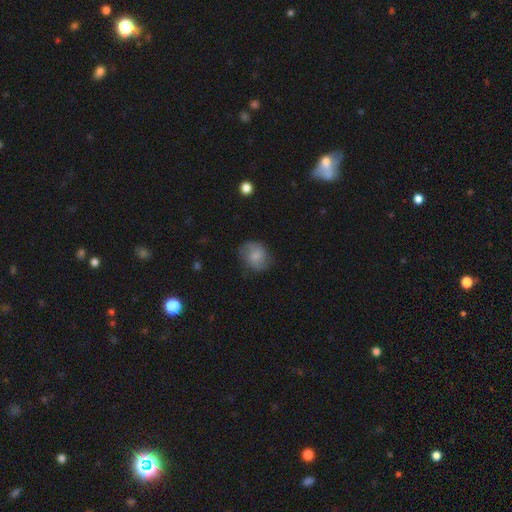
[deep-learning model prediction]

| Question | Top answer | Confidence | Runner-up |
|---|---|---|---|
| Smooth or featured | smooth | 60% | featured or disk (32%) |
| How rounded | round | 60% | in between (39%) |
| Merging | none | 72% | minor disturbance (20%) |